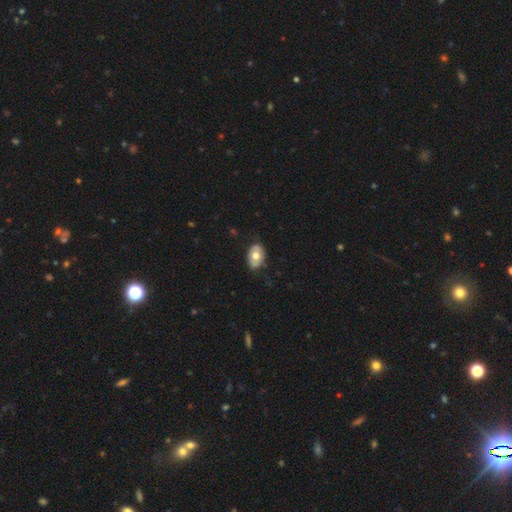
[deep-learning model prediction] Smooth or featured?
  - smooth: 61% *
  - featured or disk: 32%
  - star or artifact: 7%
How rounded?
  - in between: 83% *
  - round: 15%
  - cigar-shaped: 1%
Merging?
  - none: 77% *
  - minor disturbance: 18%
  - major disturbance: 3%
  - merger: 1%